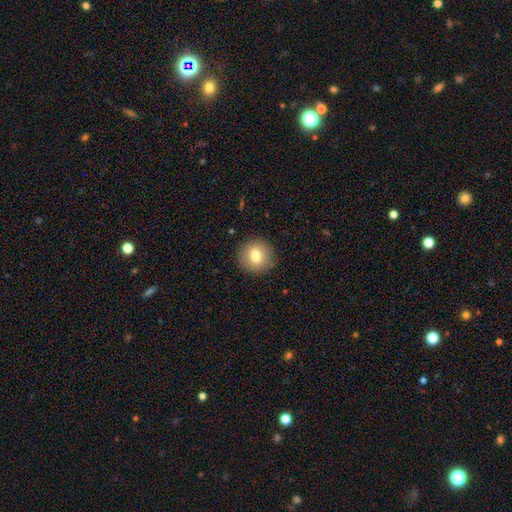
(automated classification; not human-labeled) Smooth or featured: smooth — 76% (featured or disk — 15%)
How rounded: round — 90% (in between — 9%)
Merging: none — 89% (minor disturbance — 8%)